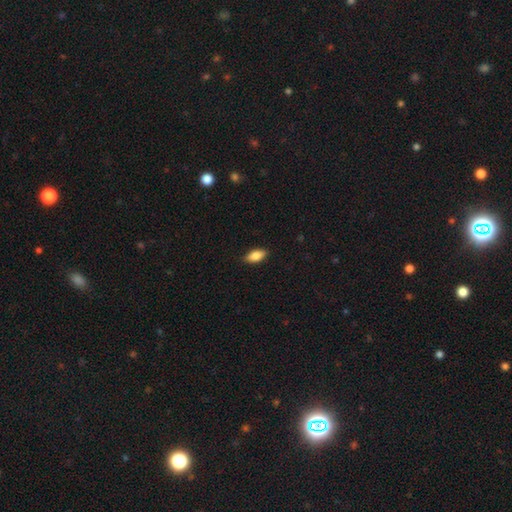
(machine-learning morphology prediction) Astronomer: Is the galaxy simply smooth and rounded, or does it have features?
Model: smooth — 84%.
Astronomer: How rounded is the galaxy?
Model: in between — 87%.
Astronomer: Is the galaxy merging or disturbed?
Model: none — 87%.